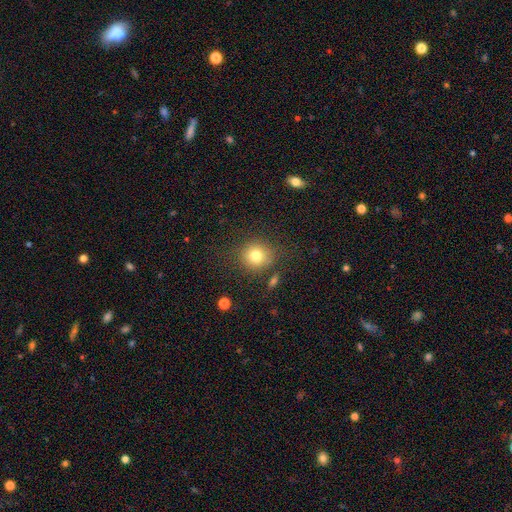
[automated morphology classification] The model was most divided on "smooth or featured": smooth: 78%, star or artifact: 12%, featured or disk: 10%. More confident: how rounded — round (88%); merging — none (80%).